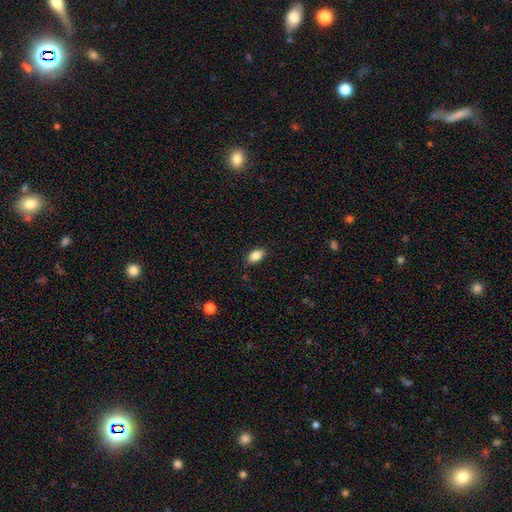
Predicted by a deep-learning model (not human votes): Smooth or featured: smooth — 86% (star or artifact — 8%)
How rounded: in between — 90% (round — 8%)
Merging: none — 85% (minor disturbance — 11%)